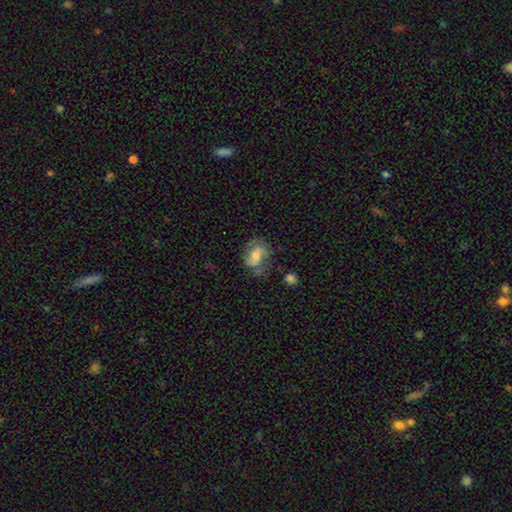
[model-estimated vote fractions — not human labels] This appears to be a featured or disk galaxy (60%) with a weak bar (42%, tied with no), spiral arms (86%) and a moderate central bulge (51%). Merging: none (59%).